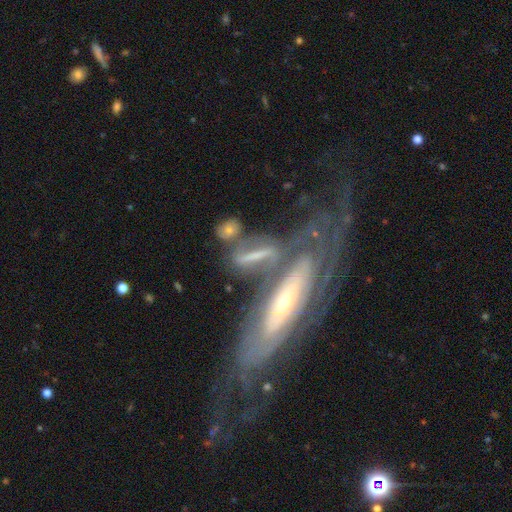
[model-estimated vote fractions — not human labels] Smooth or featured: featured or disk — 62% (smooth — 29%)
Edge-on disk: no — 68% (yes — 32%)
Merging: none — 46% (merger — 27%)